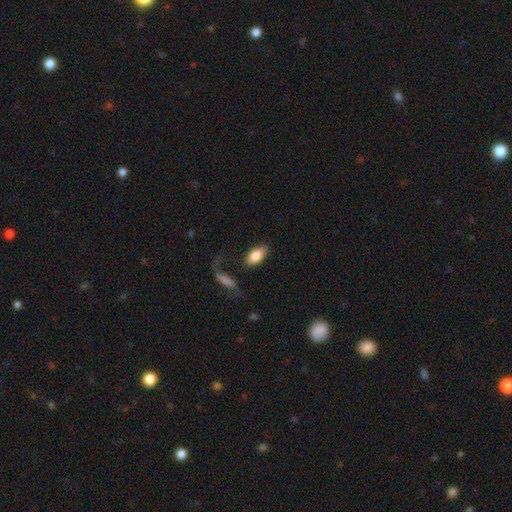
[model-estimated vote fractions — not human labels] A smooth galaxy with no disk features (82%) that is in between round and cigar-shaped (91%). Merging: none (70%).